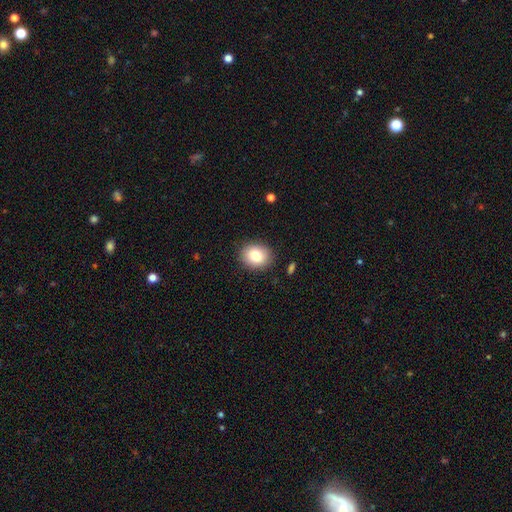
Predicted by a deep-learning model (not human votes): This is clearly a smooth galaxy (81%). How rounded: likely round (60%). Merging: clearly none (88%).